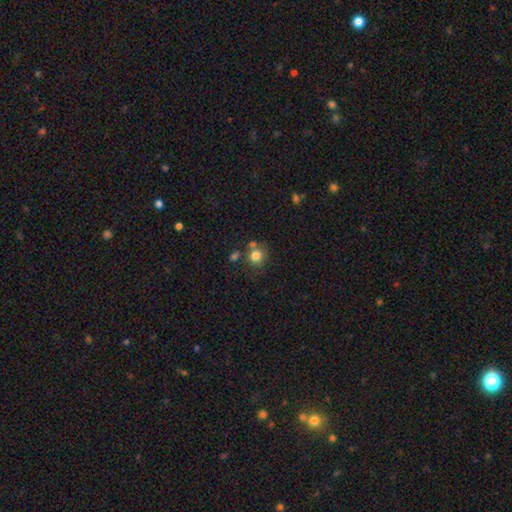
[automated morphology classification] type=smooth (80%); roundness=round (82%); merging=none (62%).